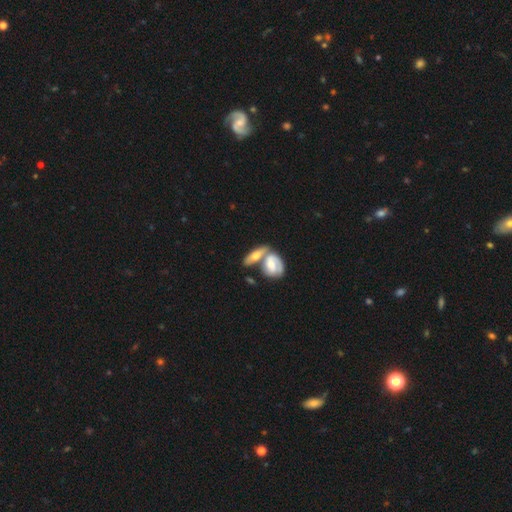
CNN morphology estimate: This appears to be a featured or disk galaxy (47%, tied with smooth). Merging: merger (52%).